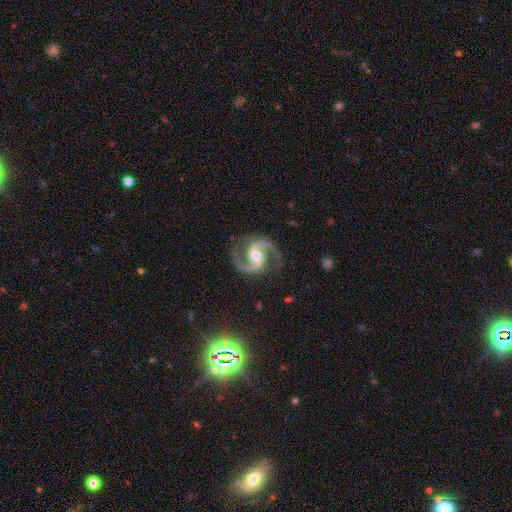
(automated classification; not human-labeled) This appears to be a featured or disk galaxy (94%) with no bar (41%), 2 (95%) medium (68%) spiral arms (99%) and a moderate central bulge (71%). Merging: none (84%).